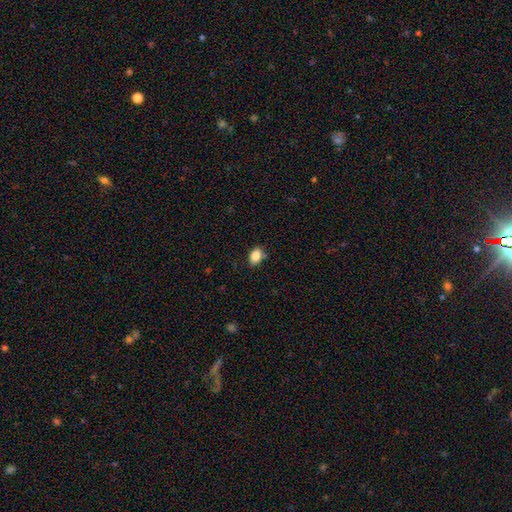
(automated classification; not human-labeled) Overall: smooth (84%). How rounded: in between (79%). Merging: none (78%).